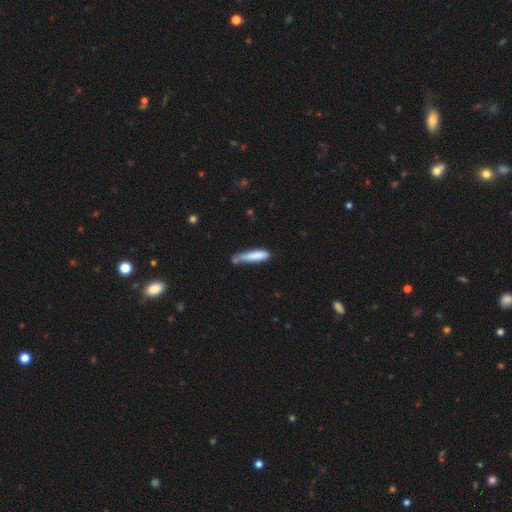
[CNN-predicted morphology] Overall: smooth (79%). How rounded: cigar-shaped (85%). Merging: none (42%; minor disturbance 31%).